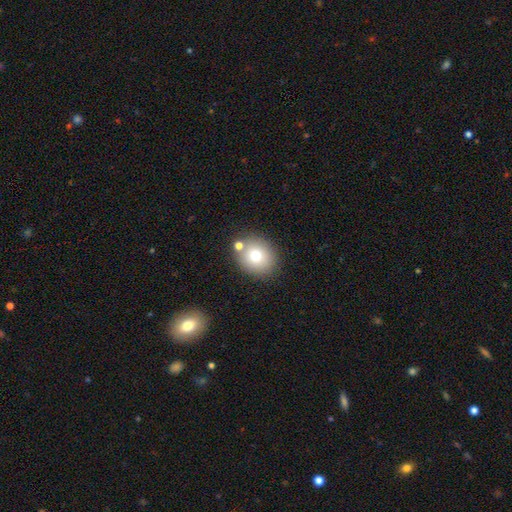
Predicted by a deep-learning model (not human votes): This appears to be a smooth galaxy with no disk features (74%) that is round (66%). Merging: none (75%).